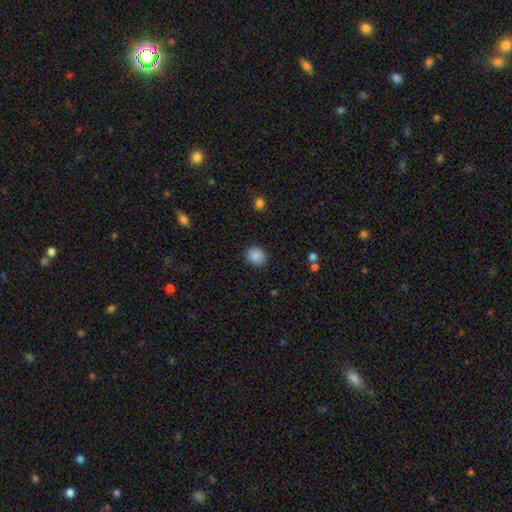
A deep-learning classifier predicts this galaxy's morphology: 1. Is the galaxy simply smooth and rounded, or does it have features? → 88% smooth, 9% star or artifact, 3% featured or disk.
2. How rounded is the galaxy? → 81% round, 18% in between, 1% cigar-shaped.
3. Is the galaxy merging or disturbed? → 89% none, 8% minor disturbance, 2% major disturbance, 1% merger.